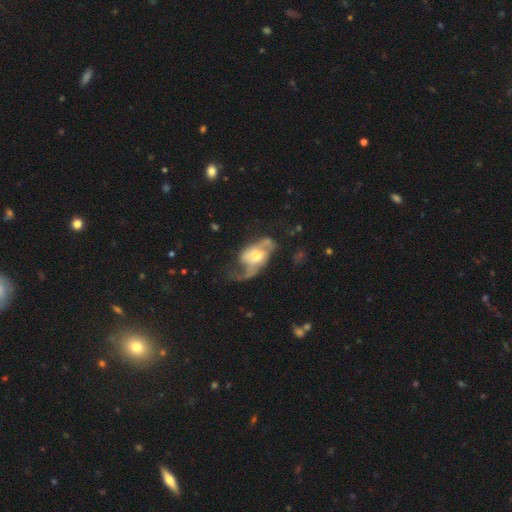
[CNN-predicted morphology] This appears to be a featured or disk galaxy (67%) with no bar (62%), spiral arms (68%) and a moderate central bulge (56%). Merging: major disturbance (47%).